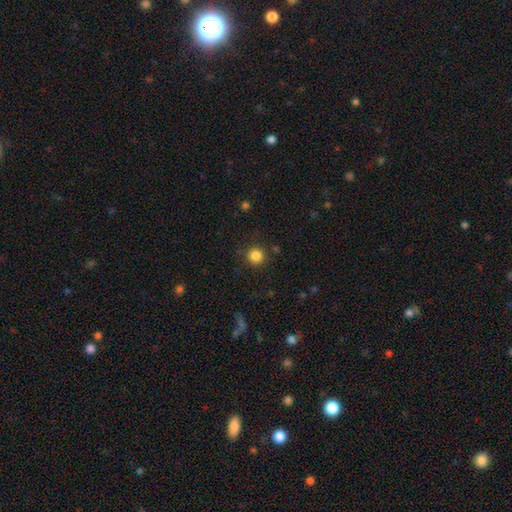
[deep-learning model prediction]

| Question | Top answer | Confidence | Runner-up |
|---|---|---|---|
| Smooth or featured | smooth | 84% | star or artifact (12%) |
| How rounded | round | 95% | in between (4%) |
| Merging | none | 90% | minor disturbance (6%) |